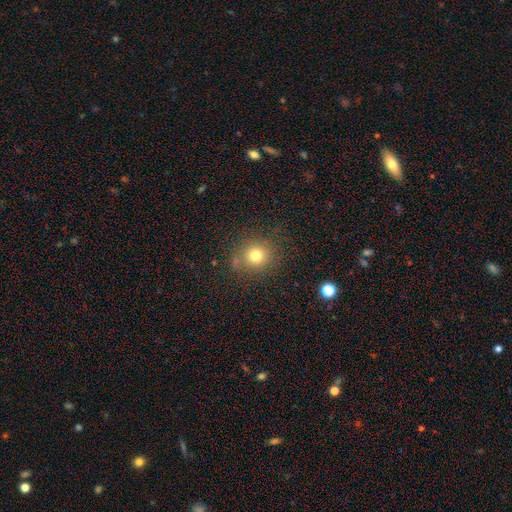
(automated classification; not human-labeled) smooth_or_featured: smooth (p=0.76) [alt: star or artifact p=0.15]
how_rounded: round (p=0.87) [alt: in between p=0.12]
merging: none (p=0.79) [alt: minor disturbance p=0.12]